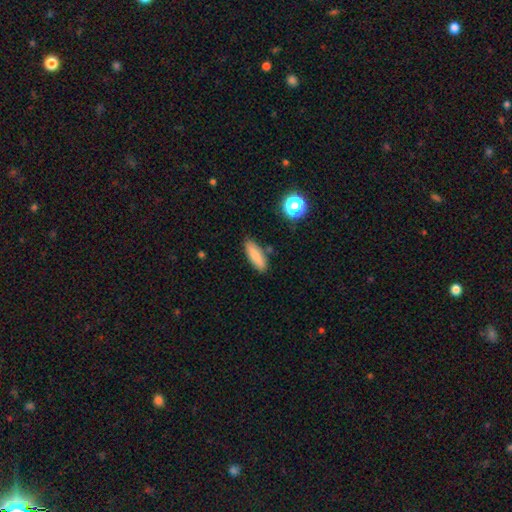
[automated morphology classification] Overall: smooth (82%). How rounded: in between (49%; cigar-shaped 48%). Merging: none (83%).